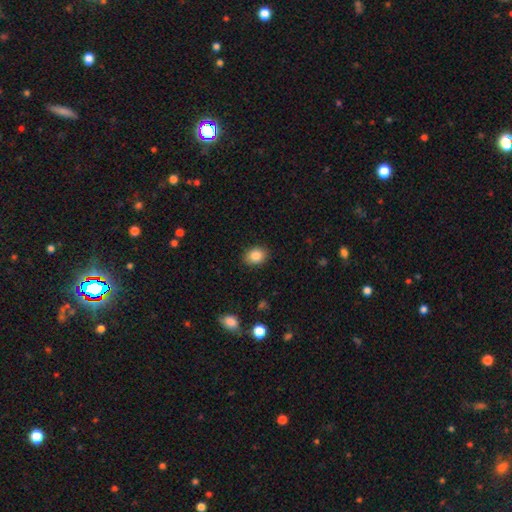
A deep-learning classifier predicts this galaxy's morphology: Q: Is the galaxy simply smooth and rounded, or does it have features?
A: smooth — 84%.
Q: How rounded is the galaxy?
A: in between — 51%.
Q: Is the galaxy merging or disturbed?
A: none — 89%.